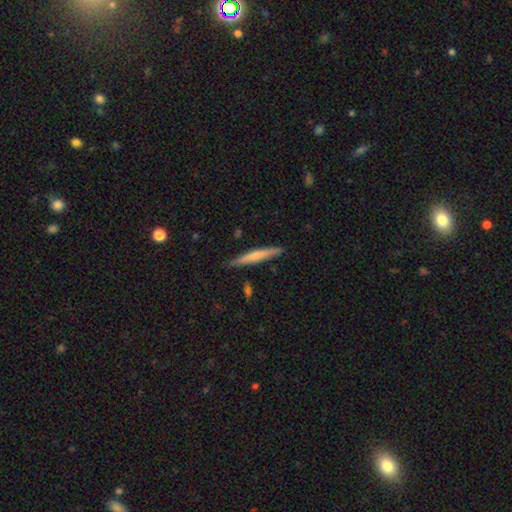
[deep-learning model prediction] Smooth or featured? smooth (55%)
How rounded? cigar-shaped (95%)
Merging? none (87%)